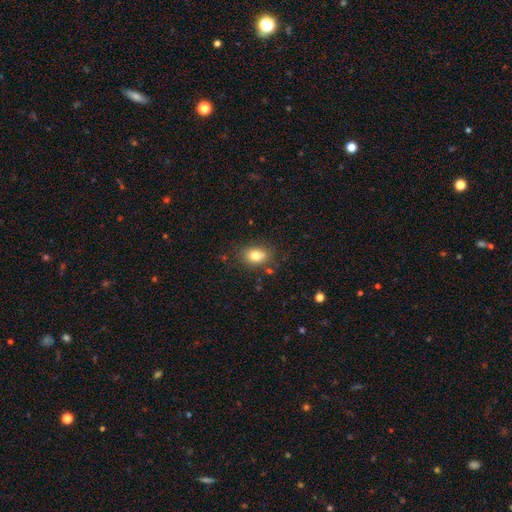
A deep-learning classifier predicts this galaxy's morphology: The model was most divided on "how rounded": in between: 66%, round: 33%, cigar-shaped: 1%. More confident: smooth or featured — smooth (80%); merging — none (77%).